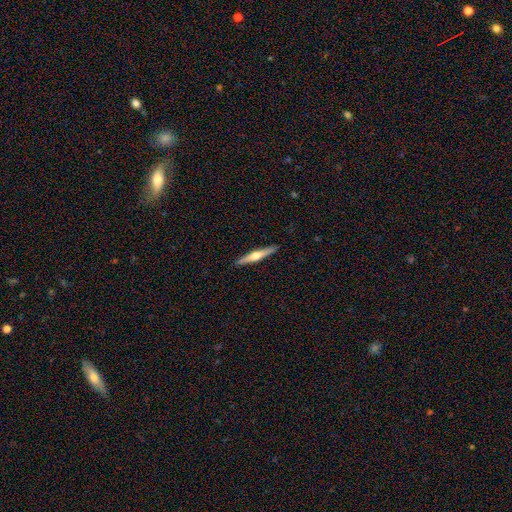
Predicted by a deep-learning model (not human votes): This appears to be a featured or disk galaxy (62%) viewed edge-on (97%) with a rounded central bulge (90%). Merging: none (91%).